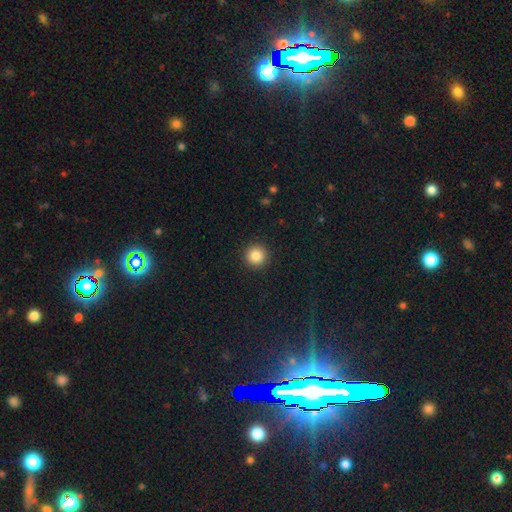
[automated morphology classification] smooth 85%, star or artifact 10%, featured or disk 4%. Down the decision tree: how rounded — round (96%); merging — none (93%).